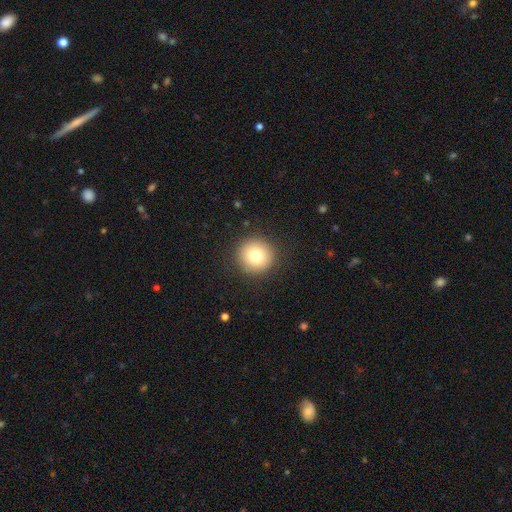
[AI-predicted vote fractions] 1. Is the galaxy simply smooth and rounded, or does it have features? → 79% smooth, 11% featured or disk, 10% star or artifact.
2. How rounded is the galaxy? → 95% round, 4% in between, 1% cigar-shaped.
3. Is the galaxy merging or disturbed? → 90% none, 7% minor disturbance, 3% major disturbance, 1% merger.